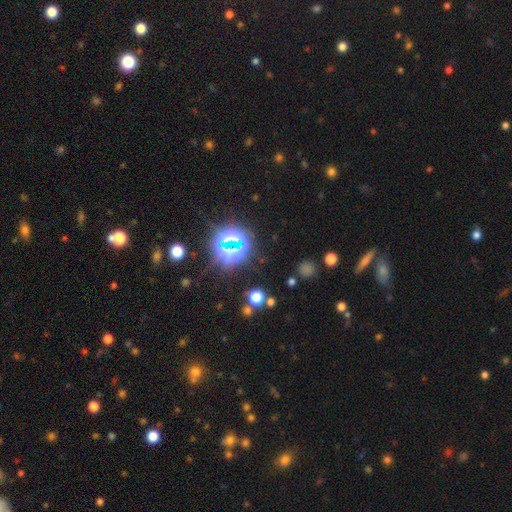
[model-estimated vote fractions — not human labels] star or artifact 78%, smooth 14%, featured or disk 8%.